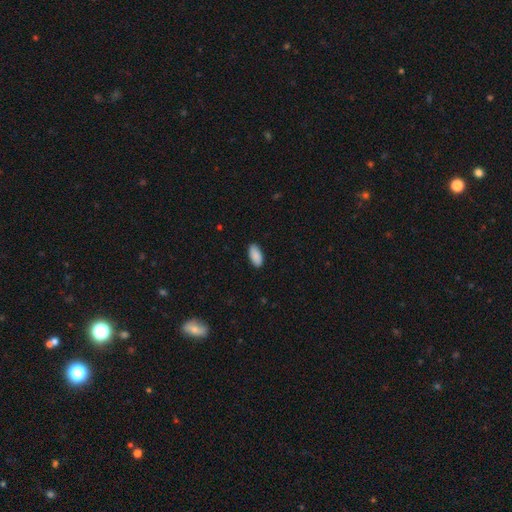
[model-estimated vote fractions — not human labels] smooth_or_featured: smooth (p=0.90) [alt: star or artifact p=0.06]
how_rounded: in between (p=0.93) [alt: cigar-shaped p=0.05]
merging: none (p=0.89) [alt: minor disturbance p=0.09]